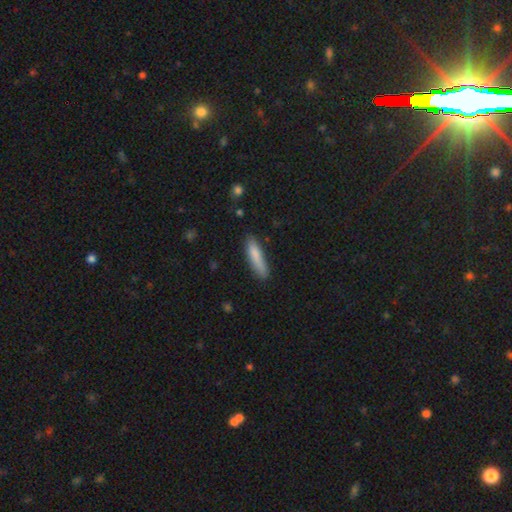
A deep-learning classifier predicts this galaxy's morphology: smooth_or_featured: smooth (p=0.83) [alt: featured or disk p=0.11]
how_rounded: cigar-shaped (p=0.81) [alt: in between p=0.18]
merging: none (p=0.78) [alt: minor disturbance p=0.17]